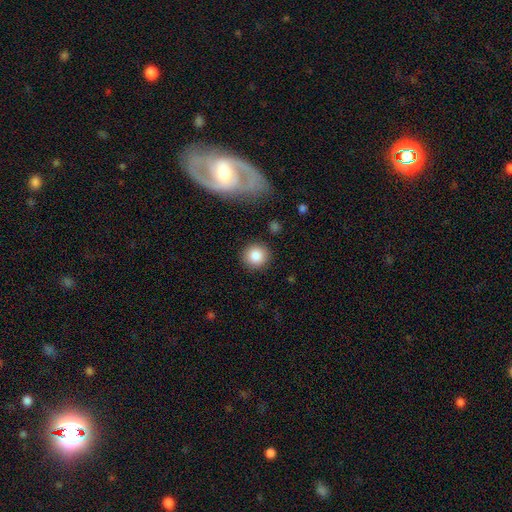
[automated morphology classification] This is clearly a smooth galaxy (86%). How rounded: clearly round (92%). Merging: clearly none (89%).